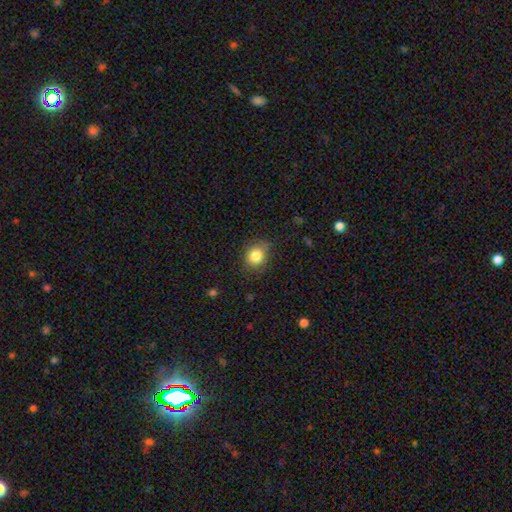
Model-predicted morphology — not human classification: Smooth or featured? smooth (83%)
How rounded? round (63%)
Merging? none (75%)